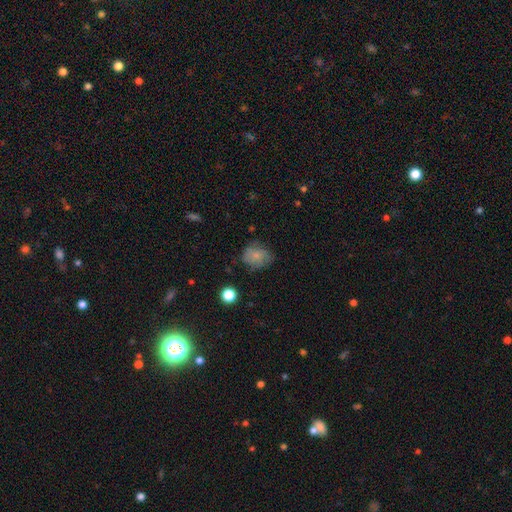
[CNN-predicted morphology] type=smooth (73%); roundness=round (60%); merging=none (64%).